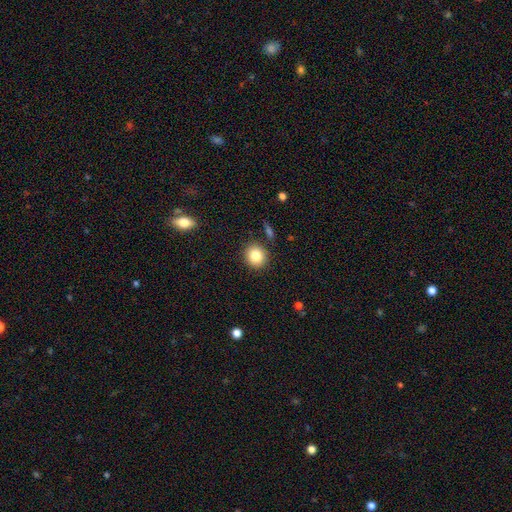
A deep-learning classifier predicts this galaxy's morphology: Smooth or featured? smooth (83%)
How rounded? round (87%)
Merging? none (88%)